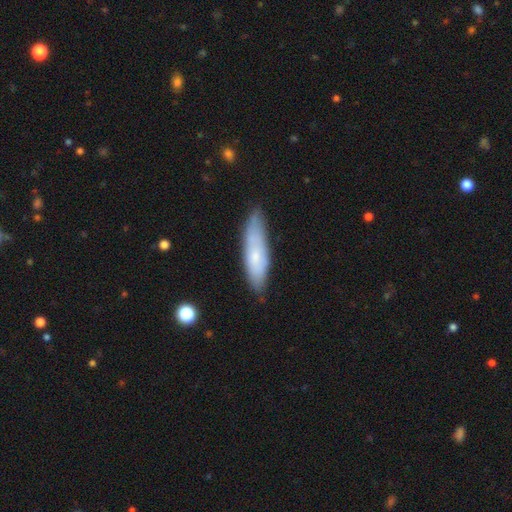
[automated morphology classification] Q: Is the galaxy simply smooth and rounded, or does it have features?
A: smooth — 65%.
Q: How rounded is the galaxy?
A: cigar-shaped — 63%.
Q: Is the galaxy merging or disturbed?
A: none — 75%.